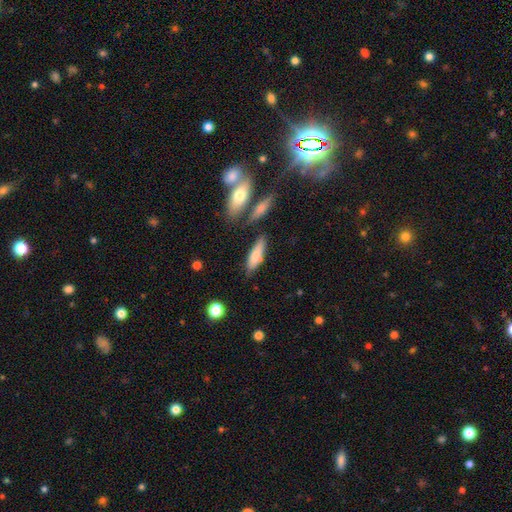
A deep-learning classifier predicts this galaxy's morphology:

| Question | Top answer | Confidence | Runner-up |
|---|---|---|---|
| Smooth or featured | smooth | 79% | featured or disk (14%) |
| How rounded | cigar-shaped | 51% | in between (47%) |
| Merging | none | 67% | minor disturbance (17%) |